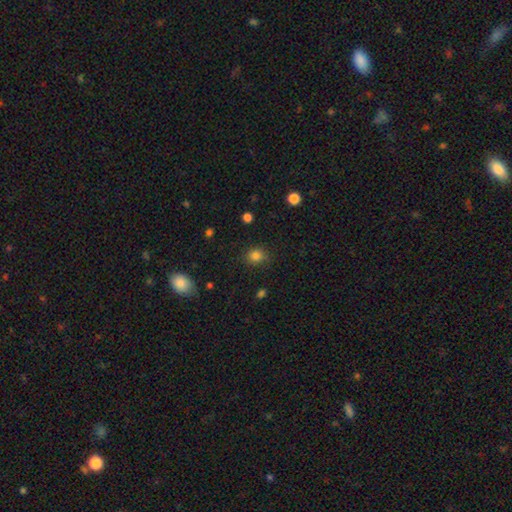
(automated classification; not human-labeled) smooth 82%, star or artifact 14%, featured or disk 5%. Down the decision tree: how rounded — round (75%); merging — none (80%).